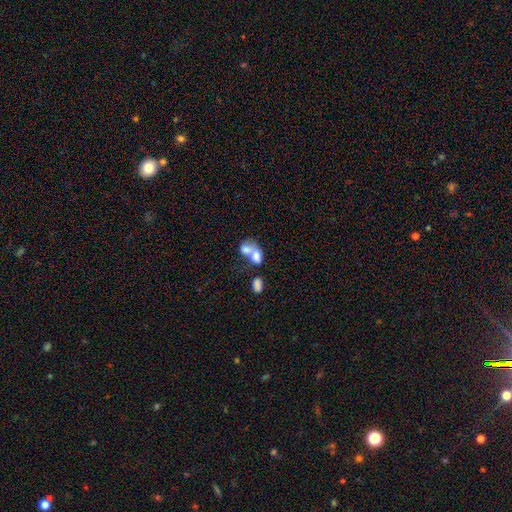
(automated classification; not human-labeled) This appears to be a smooth galaxy with no disk features (71%) that is in between round and cigar-shaped (73%). Merging: merger (71%).